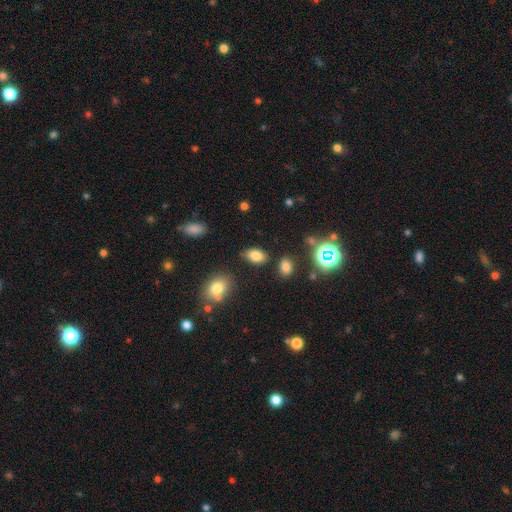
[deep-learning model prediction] Smooth or featured: smooth — 82% (star or artifact — 11%)
How rounded: in between — 90% (round — 8%)
Merging: none — 81% (minor disturbance — 12%)